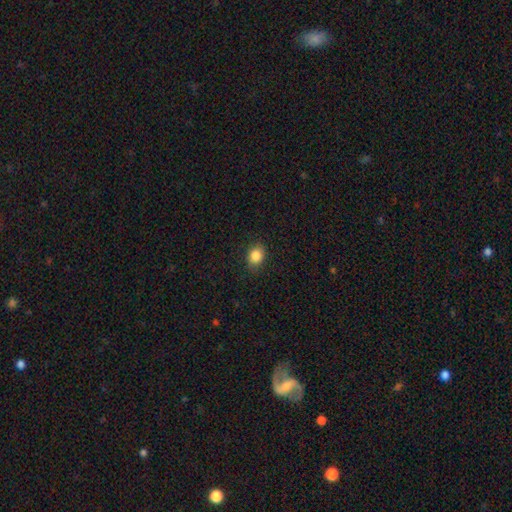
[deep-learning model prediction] smooth 86%, star or artifact 9%, featured or disk 5%. Down the decision tree: how rounded — in between (56%); merging — none (85%).